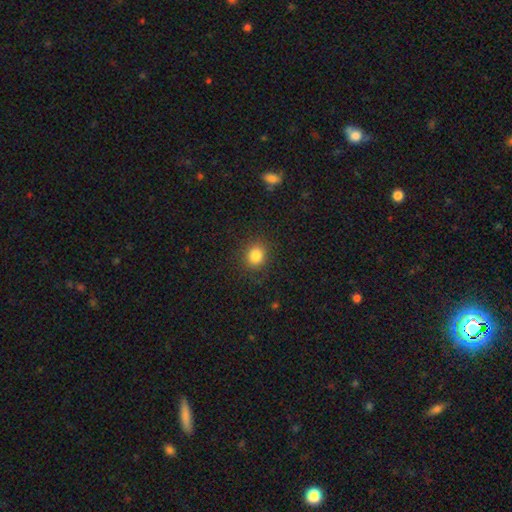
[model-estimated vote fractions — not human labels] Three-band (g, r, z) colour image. It shows a smooth galaxy with no disk features (83%) that is round (75%). Merging: none (87%).